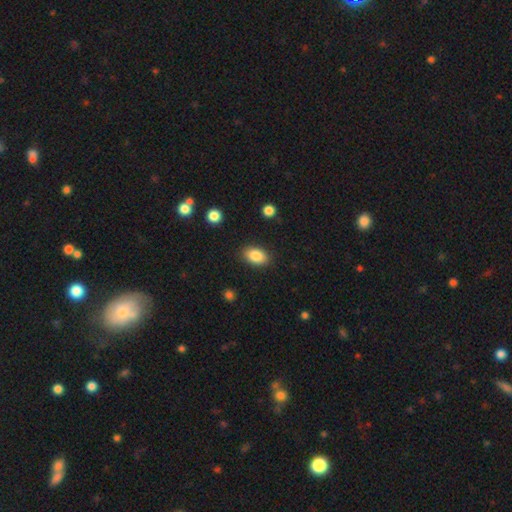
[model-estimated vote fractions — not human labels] A smooth galaxy with no disk features (86%) that is in between round and cigar-shaped (89%). Merging: none (88%).